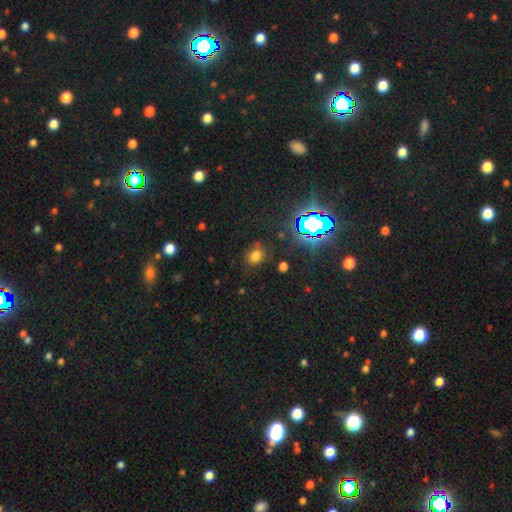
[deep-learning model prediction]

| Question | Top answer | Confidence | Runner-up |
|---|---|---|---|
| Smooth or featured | smooth | 63% | star or artifact (28%) |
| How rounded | round | 53% | in between (45%) |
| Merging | none | 77% | minor disturbance (14%) |